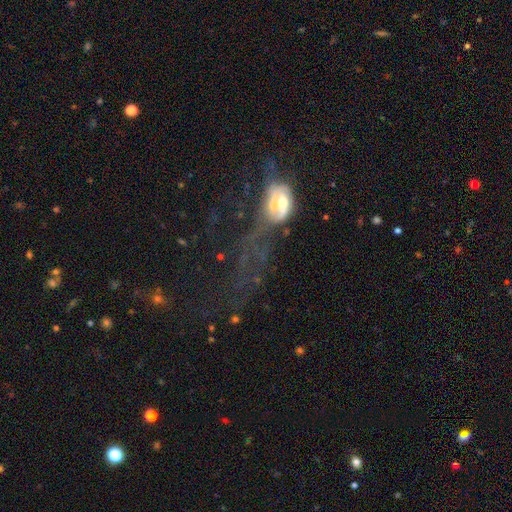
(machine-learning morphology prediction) Smooth or featured: star or artifact — 39% (smooth — 35%)